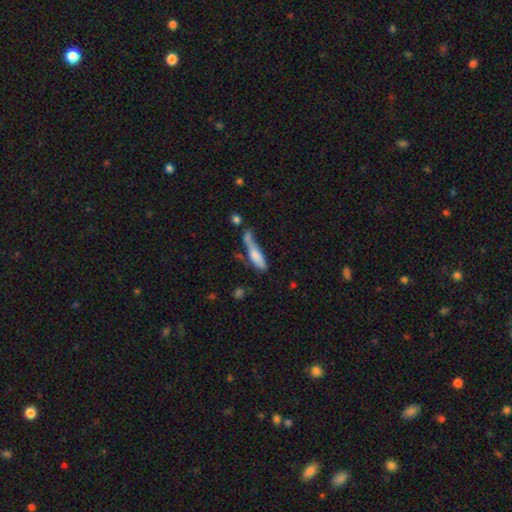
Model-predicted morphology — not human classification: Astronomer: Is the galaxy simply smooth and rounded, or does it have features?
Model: smooth — 71%.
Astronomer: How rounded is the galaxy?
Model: cigar-shaped — 60% (runner-up: in between, 37%).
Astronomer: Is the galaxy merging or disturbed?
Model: merger — 34% (runner-up: none, 27%).